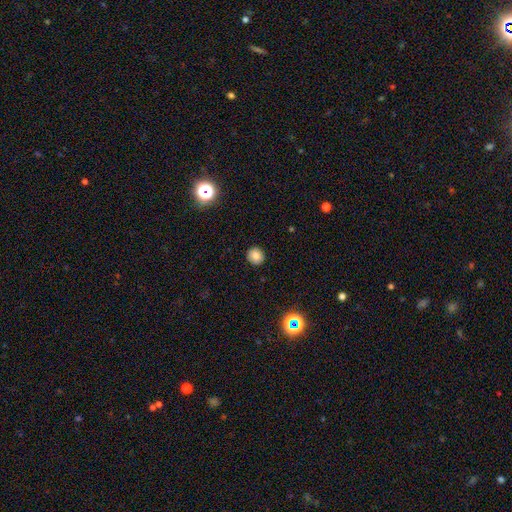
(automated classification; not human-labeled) Smooth or featured: smooth — 79% (star or artifact — 12%)
How rounded: round — 94% (in between — 5%)
Merging: none — 92% (minor disturbance — 5%)